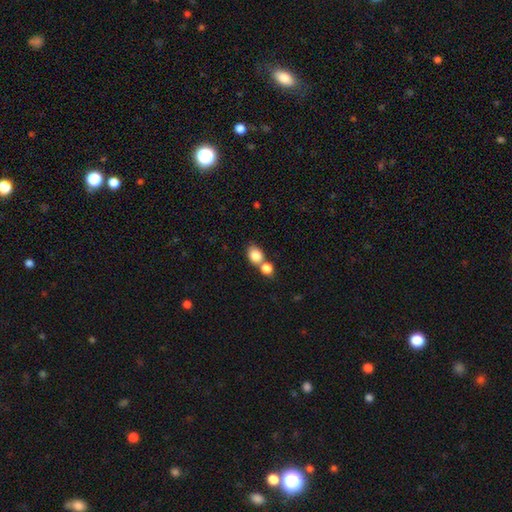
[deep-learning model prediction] The model was most divided on "merging": merger: 48%, none: 40%, minor disturbance: 9%, major disturbance: 4%. More confident: smooth or featured — smooth (83%); how rounded — in between (55%).